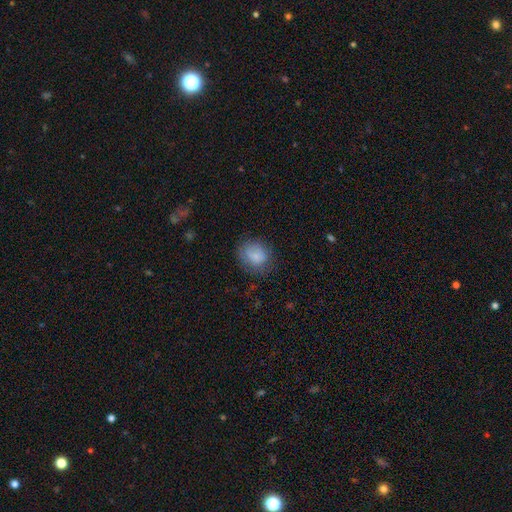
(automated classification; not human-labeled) Smooth or featured?
  - smooth: 80% *
  - featured or disk: 12%
  - star or artifact: 9%
How rounded?
  - round: 67% *
  - in between: 32%
  - cigar-shaped: 1%
Merging?
  - none: 70% *
  - minor disturbance: 20%
  - major disturbance: 9%
  - merger: 1%